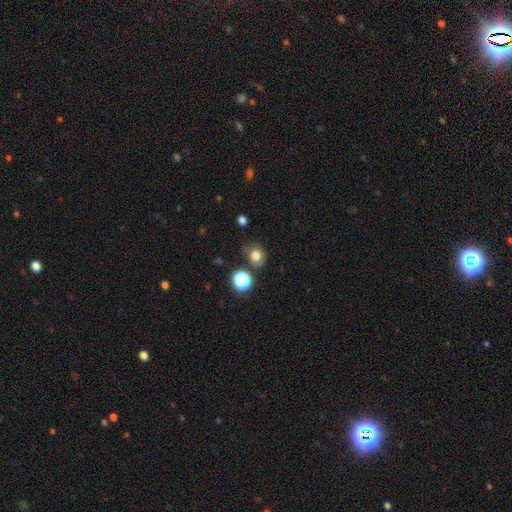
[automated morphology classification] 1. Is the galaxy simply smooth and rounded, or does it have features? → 76% smooth, 15% star or artifact, 9% featured or disk.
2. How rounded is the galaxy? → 61% round, 38% in between, 1% cigar-shaped.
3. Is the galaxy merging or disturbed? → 68% none, 20% minor disturbance, 6% major disturbance, 6% merger.